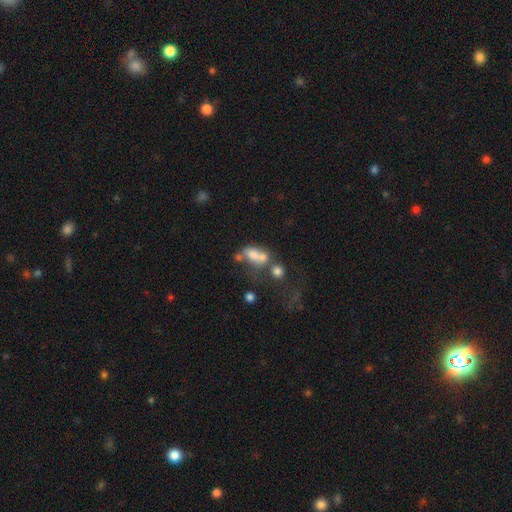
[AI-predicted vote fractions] smooth-or-featured: smooth: 60% | featured or disk: 26% | star or artifact: 14%
  how-rounded: in between: 73% | round: 22% | cigar-shaped: 5%
  merging: merger: 53% | none: 21% | major disturbance: 14% | minor disturbance: 12%